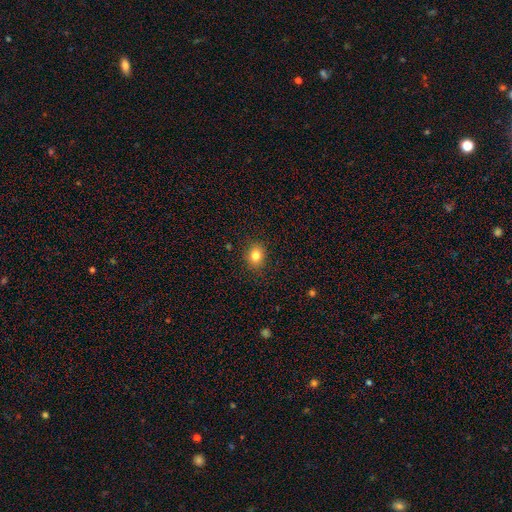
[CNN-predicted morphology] This is clearly a smooth galaxy (82%). How rounded: likely round (66%). Merging: clearly none (88%).